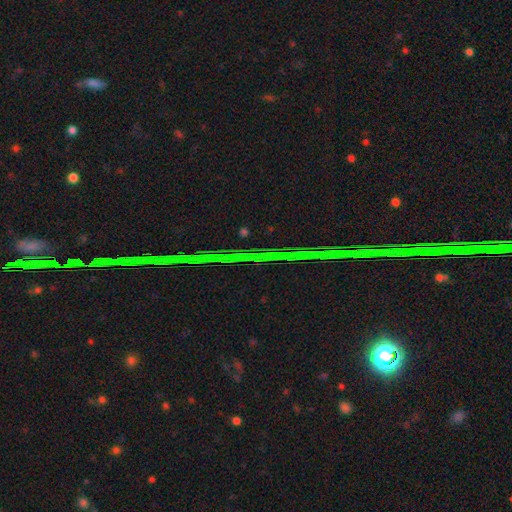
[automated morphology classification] Smooth or featured: star or artifact — 85% (featured or disk — 8%)